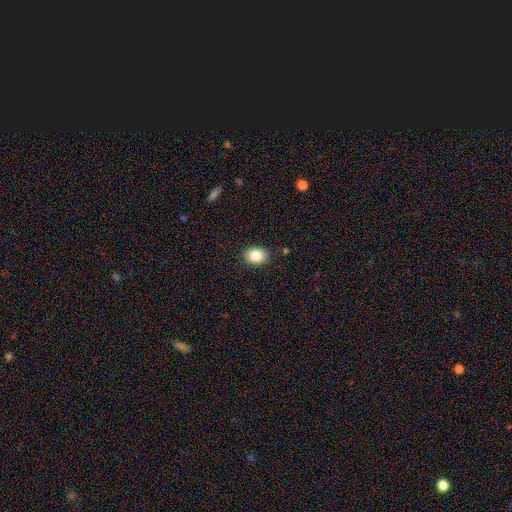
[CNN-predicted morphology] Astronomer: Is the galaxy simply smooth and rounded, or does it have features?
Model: smooth — 84%.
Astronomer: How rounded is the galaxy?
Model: in between — 66%.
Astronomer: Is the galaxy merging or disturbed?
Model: none — 86%.